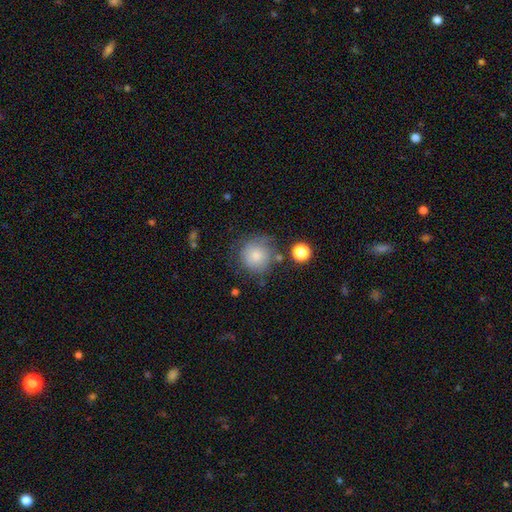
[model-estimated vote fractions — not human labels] Morphology: type=smooth (78%); roundness=round (92%); merging=none (62%).